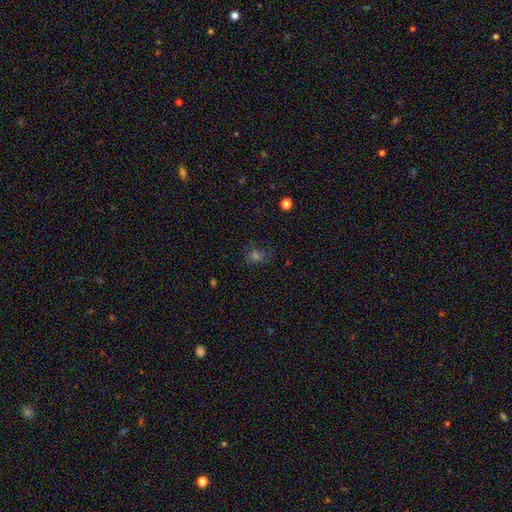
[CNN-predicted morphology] Overall: smooth (53%; star or artifact 31%). How rounded: round (67%; in between 31%). Merging: none (71%).